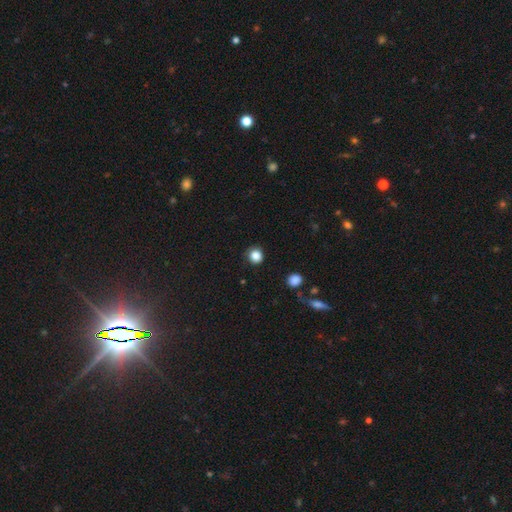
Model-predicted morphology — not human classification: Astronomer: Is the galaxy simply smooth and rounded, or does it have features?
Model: smooth — 86%.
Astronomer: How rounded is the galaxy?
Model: round — 89%.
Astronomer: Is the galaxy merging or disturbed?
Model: none — 87%.